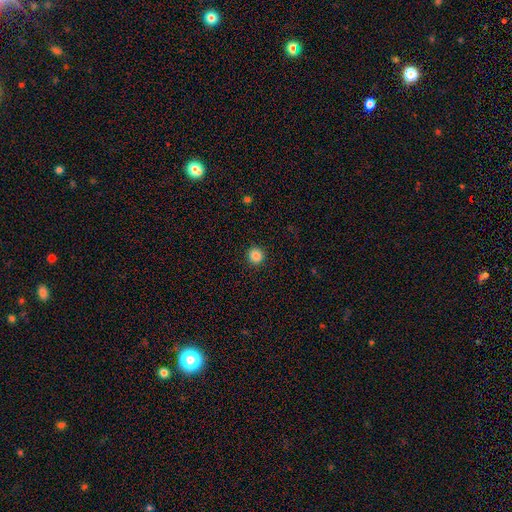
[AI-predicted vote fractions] This is clearly a smooth galaxy (86%). How rounded: clearly round (95%). Merging: clearly none (93%).